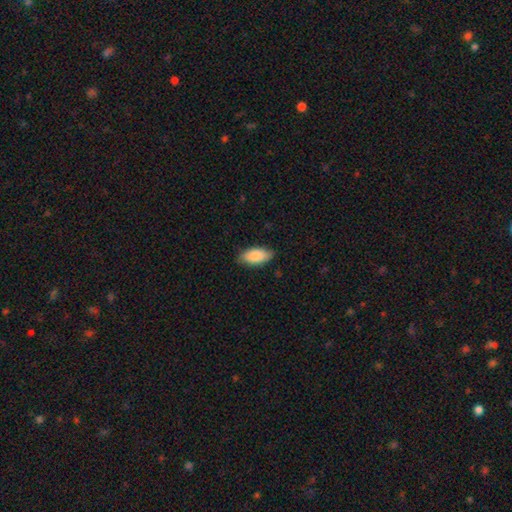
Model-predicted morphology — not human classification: smooth 86%, featured or disk 8%, star or artifact 6%. Down the decision tree: how rounded — in between (91%); merging — none (83%).